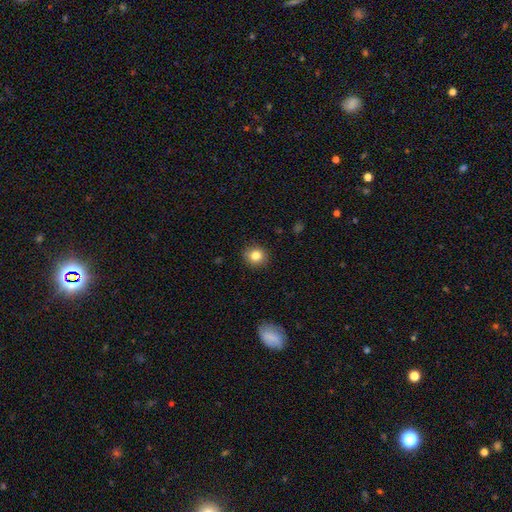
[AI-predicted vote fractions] Morphology: type=smooth (83%); roundness=round (85%); merging=none (89%).